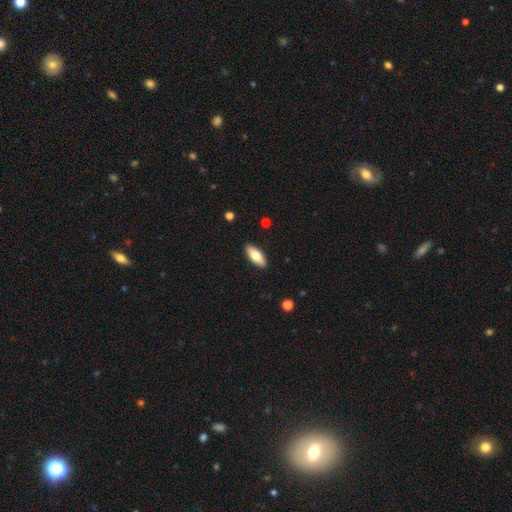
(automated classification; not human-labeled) A smooth galaxy with no disk features (76%) that is in between round and cigar-shaped (80%).

Vote fractions:
- Smooth or featured? smooth: 76% / featured or disk: 19% / star or artifact: 6%
- How rounded? in between: 80% / cigar-shaped: 18% / round: 2%
- Merging? none: 90% / minor disturbance: 8% / major disturbance: 2% / merger: 1%